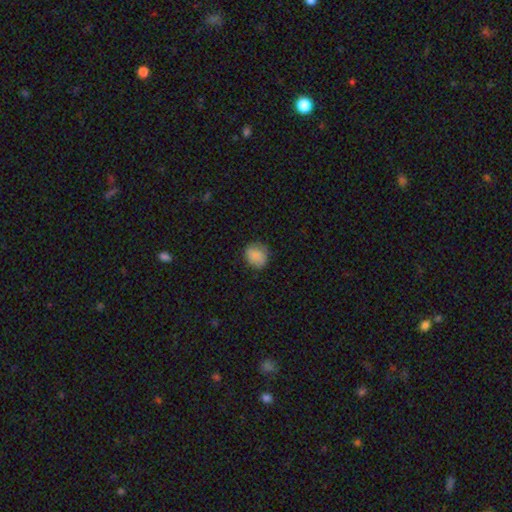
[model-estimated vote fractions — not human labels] A smooth galaxy with no disk features (84%) that is round (71%).

Vote fractions:
- Smooth or featured? smooth: 84% / star or artifact: 8% / featured or disk: 7%
- How rounded? round: 71% / in between: 28% / cigar-shaped: 1%
- Merging? none: 76% / minor disturbance: 19% / major disturbance: 4% / merger: 1%